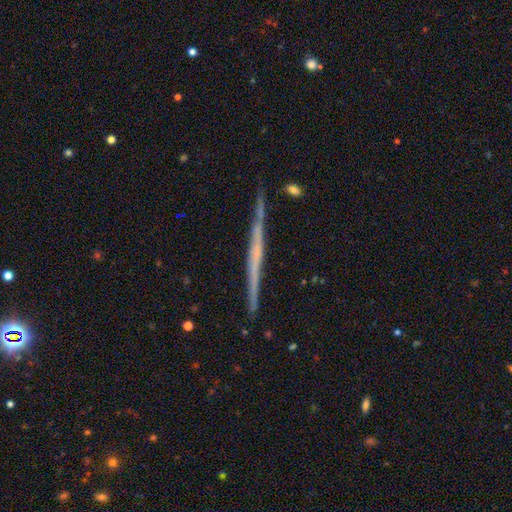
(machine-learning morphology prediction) smooth_or_featured: featured or disk (p=0.68) [alt: smooth p=0.25]
disk_edge_on: yes (p=0.98) [alt: no p=0.02]
edge_on_bulge: none (p=0.83) [alt: rounded p=0.12]
merging: none (p=0.89) [alt: minor disturbance p=0.08]